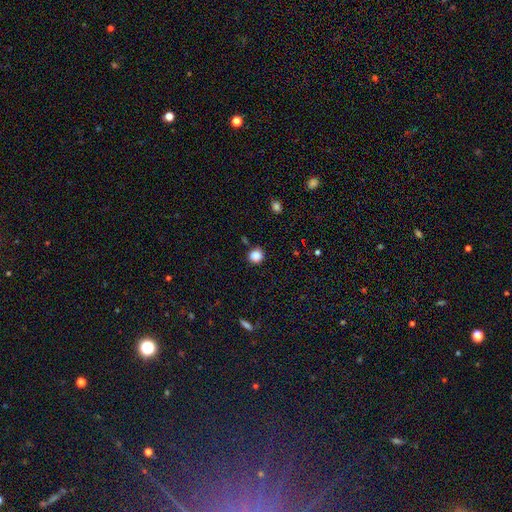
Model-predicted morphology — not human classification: Smooth or featured? smooth (86%)
How rounded? round (89%)
Merging? none (82%)